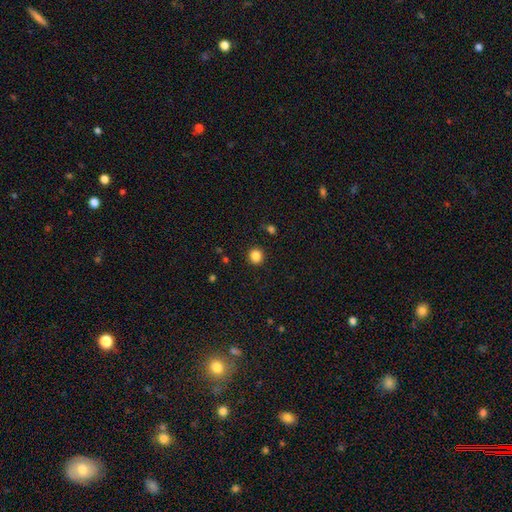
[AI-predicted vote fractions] This is clearly a smooth galaxy (85%). How rounded: clearly round (88%). Merging: clearly none (91%).